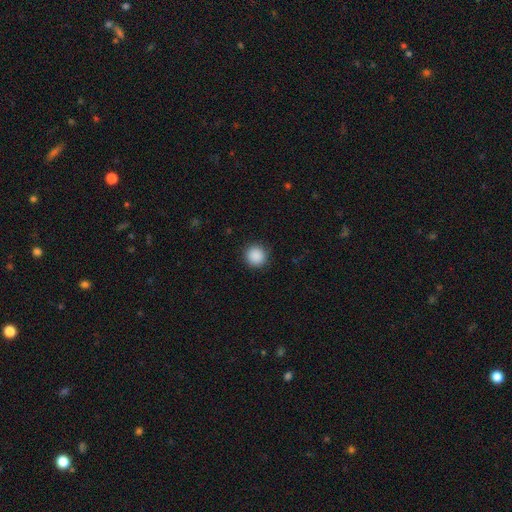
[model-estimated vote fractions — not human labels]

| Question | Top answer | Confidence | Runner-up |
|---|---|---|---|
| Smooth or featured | smooth | 89% | star or artifact (9%) |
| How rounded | round | 94% | in between (5%) |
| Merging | none | 91% | minor disturbance (6%) |